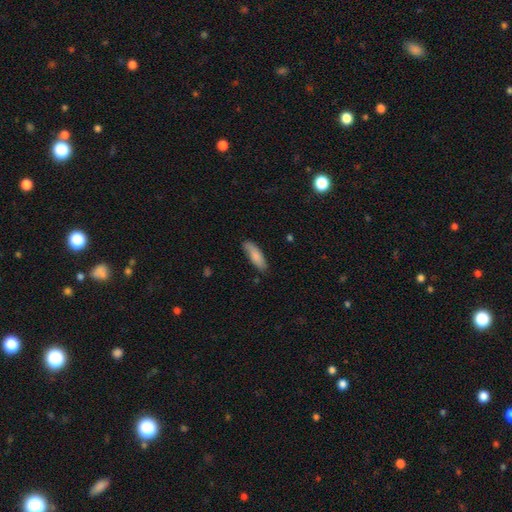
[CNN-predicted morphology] smooth_or_featured: smooth (p=0.82) [alt: featured or disk p=0.12]
how_rounded: in between (p=0.54) [alt: cigar-shaped p=0.45]
merging: none (p=0.71) [alt: minor disturbance p=0.22]